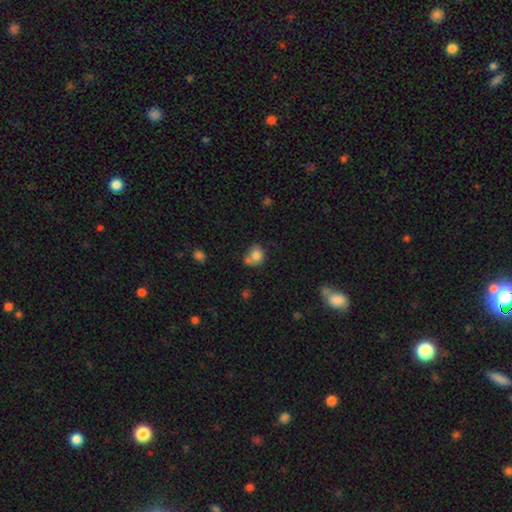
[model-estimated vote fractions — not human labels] A smooth galaxy with no disk features (79%) that is round (66%).

Vote fractions:
- Smooth or featured? smooth: 79% / featured or disk: 10% / star or artifact: 10%
- How rounded? round: 66% / in between: 33% / cigar-shaped: 1%
- Merging? none: 41% / merger: 30% / minor disturbance: 20% / major disturbance: 9%